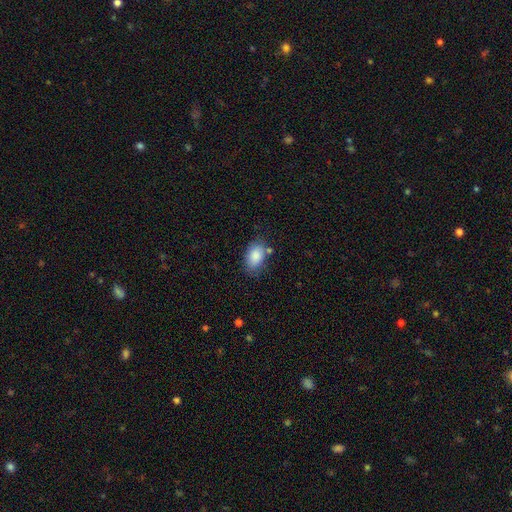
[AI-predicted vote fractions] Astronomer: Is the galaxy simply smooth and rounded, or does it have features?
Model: smooth — 86%.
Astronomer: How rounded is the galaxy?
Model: in between — 88%.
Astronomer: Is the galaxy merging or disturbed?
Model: none — 68%.